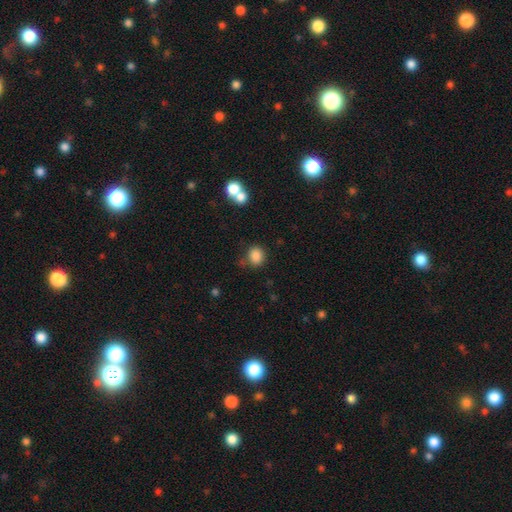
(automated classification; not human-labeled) Smooth or featured: smooth — 84% (star or artifact — 11%)
How rounded: round — 75% (in between — 24%)
Merging: none — 74% (minor disturbance — 13%)